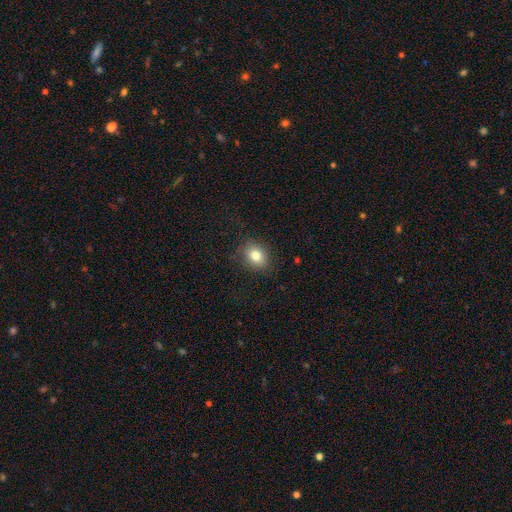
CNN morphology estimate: Smooth or featured: smooth — 81% (star or artifact — 11%)
How rounded: in between — 50% (round — 49%)
Merging: none — 84% (minor disturbance — 11%)